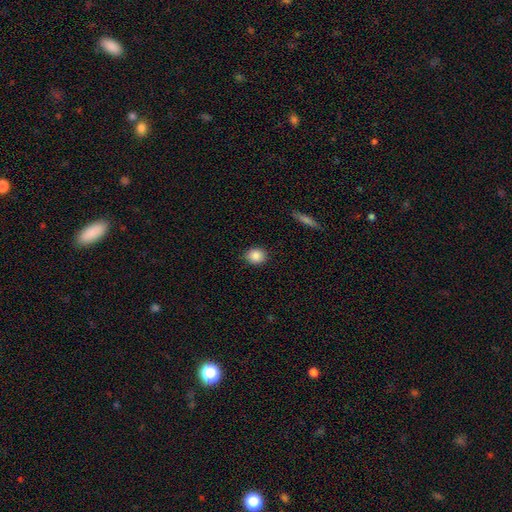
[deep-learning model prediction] smooth_or_featured: smooth (p=0.88) [alt: star or artifact p=0.09]
how_rounded: round (p=0.66) [alt: in between p=0.33]
merging: none (p=0.89) [alt: minor disturbance p=0.08]